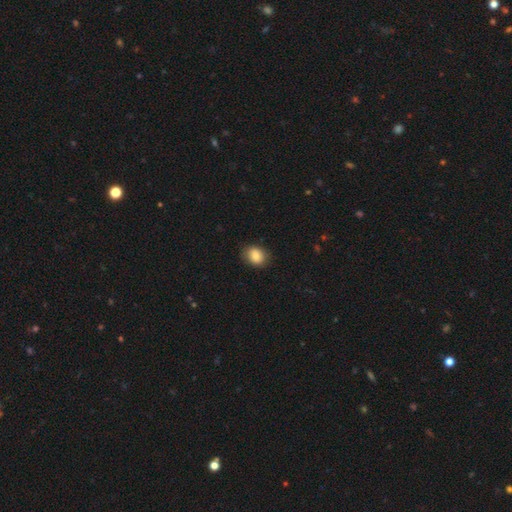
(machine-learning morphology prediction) This is clearly a smooth galaxy (86%). How rounded: possibly in between (52%). Merging: clearly none (80%).